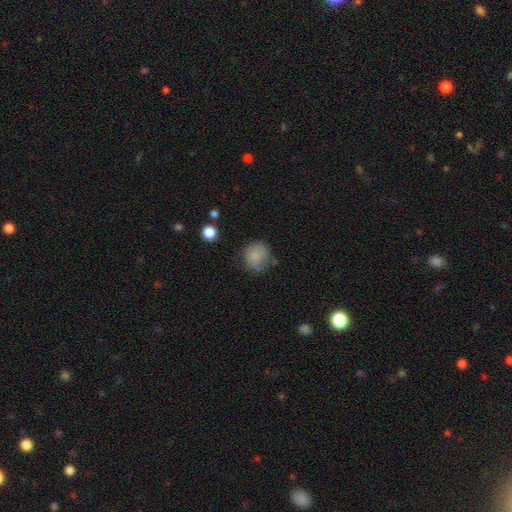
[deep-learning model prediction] Smooth or featured: smooth — 82% (star or artifact — 9%)
How rounded: round — 80% (in between — 19%)
Merging: none — 62% (minor disturbance — 26%)